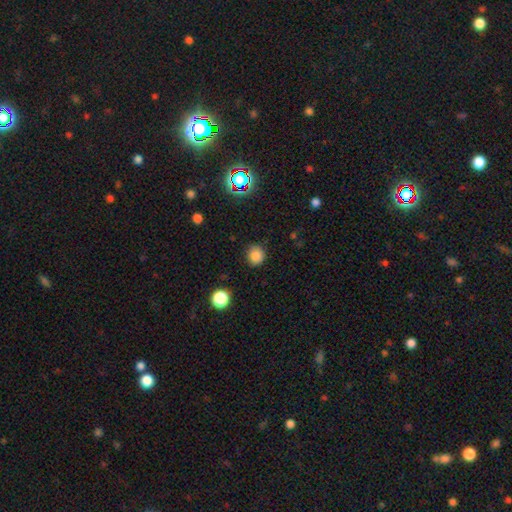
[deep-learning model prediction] Smooth or featured? Predicted: smooth (p=0.83). How rounded? Predicted: round (p=0.86). Merging? Predicted: none (p=0.87).